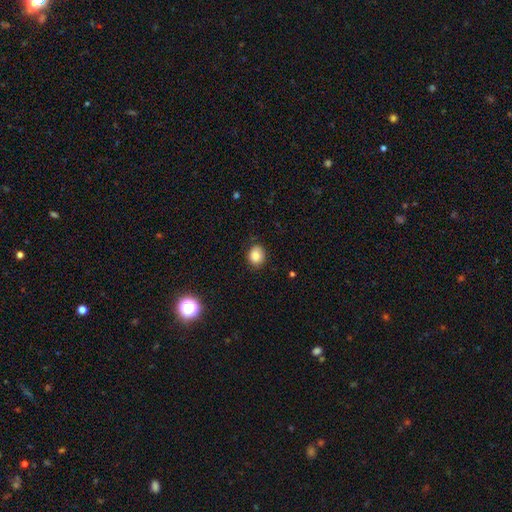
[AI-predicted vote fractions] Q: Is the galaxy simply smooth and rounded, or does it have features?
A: smooth — 83%.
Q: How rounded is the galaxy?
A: round — 65%.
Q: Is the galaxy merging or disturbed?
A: none — 82%.